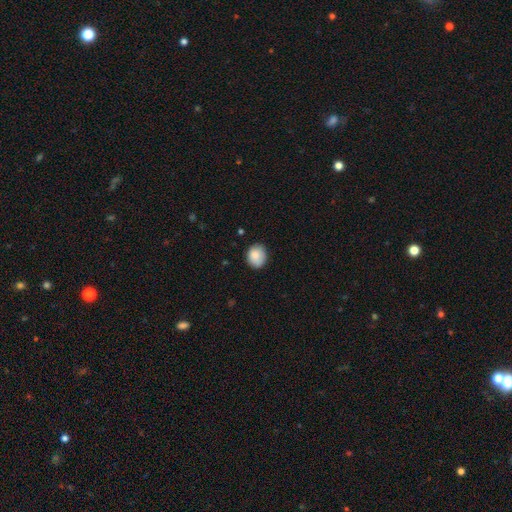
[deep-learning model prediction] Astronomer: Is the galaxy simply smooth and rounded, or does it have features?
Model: smooth — 84%.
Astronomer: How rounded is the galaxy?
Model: round — 68%.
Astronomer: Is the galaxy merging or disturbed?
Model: none — 81%.